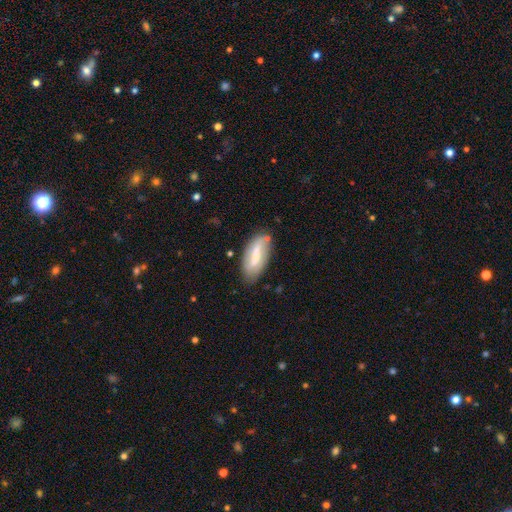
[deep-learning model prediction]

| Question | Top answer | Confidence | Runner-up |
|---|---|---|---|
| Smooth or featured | featured or disk | 47% | smooth (46%) |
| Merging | none | 76% | minor disturbance (17%) |